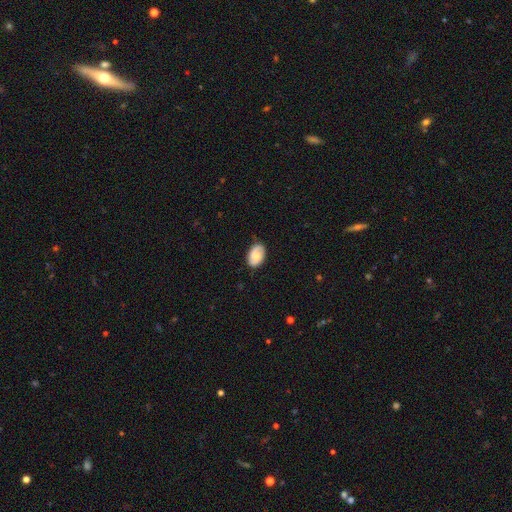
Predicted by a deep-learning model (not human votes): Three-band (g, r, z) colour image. It shows a smooth galaxy with no disk features (61%) that is in between round and cigar-shaped (89%). Merging: none (79%).